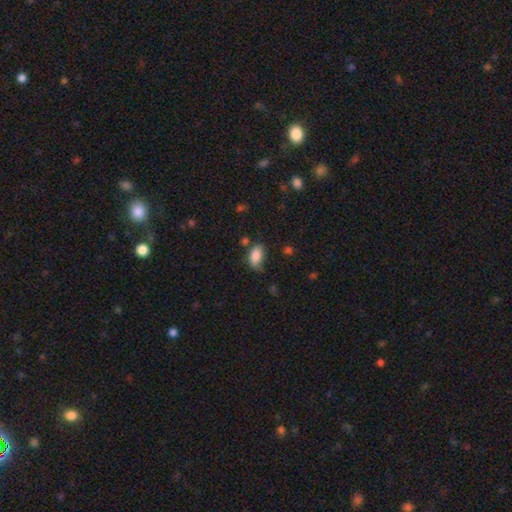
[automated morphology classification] Smooth or featured?
  - smooth: 86% *
  - star or artifact: 8%
  - featured or disk: 6%
How rounded?
  - in between: 92% *
  - round: 5%
  - cigar-shaped: 3%
Merging?
  - none: 60% *
  - minor disturbance: 28%
  - major disturbance: 8%
  - merger: 4%